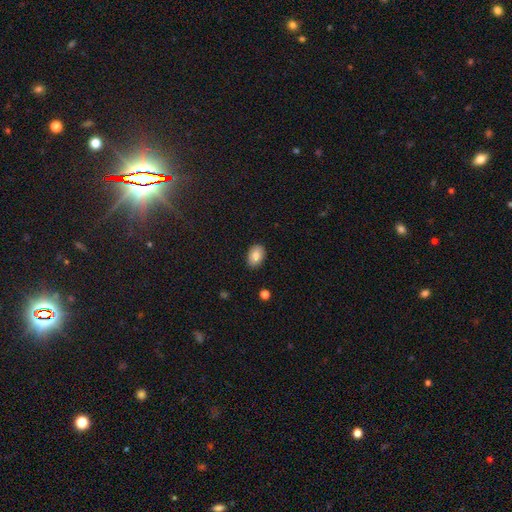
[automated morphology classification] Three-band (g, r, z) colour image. It shows a smooth galaxy with no disk features (84%) that is in between round and cigar-shaped (84%). Merging: none (87%).